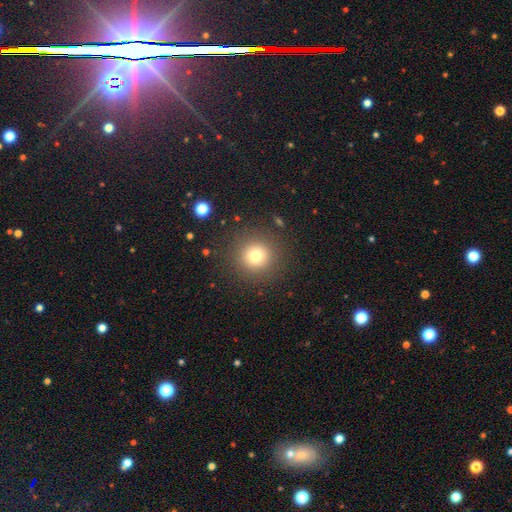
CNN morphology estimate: The model was most divided on "smooth or featured": smooth: 76%, star or artifact: 15%, featured or disk: 10%. More confident: how rounded — round (95%); merging — none (88%).